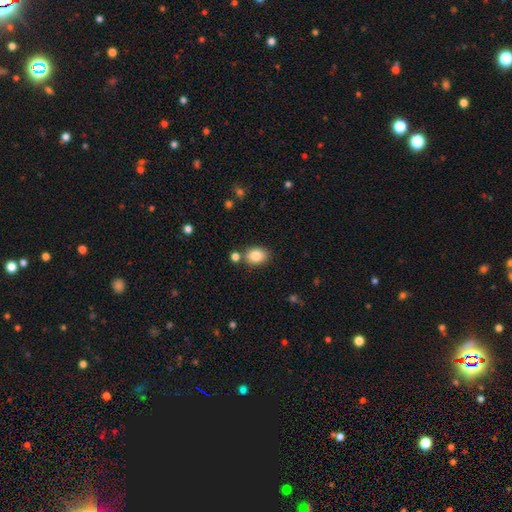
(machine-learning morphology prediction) type=smooth (84%); roundness=in between (65%); merging=none (75%).